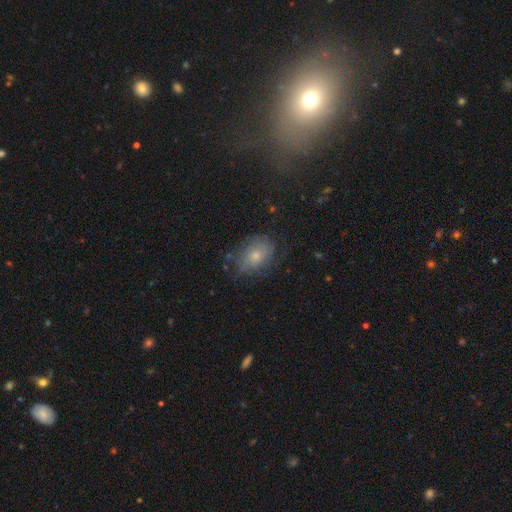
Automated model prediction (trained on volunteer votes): This appears to be a smooth galaxy with no disk features (54%) that is in between round and cigar-shaped (74%). Merging: none (66%).